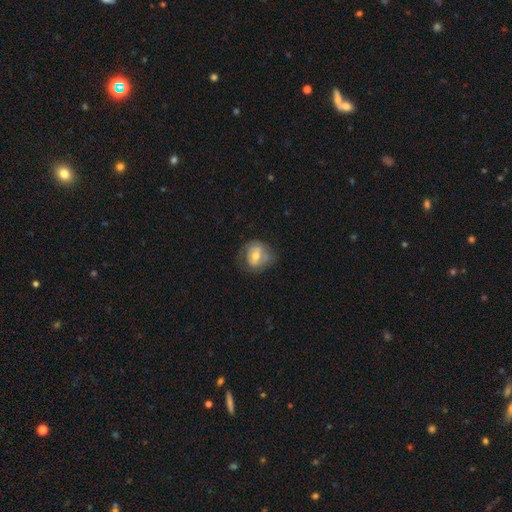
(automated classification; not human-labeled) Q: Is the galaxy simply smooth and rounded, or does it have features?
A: smooth — 53%.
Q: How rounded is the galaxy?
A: round — 66%.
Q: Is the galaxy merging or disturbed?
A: none — 58%.